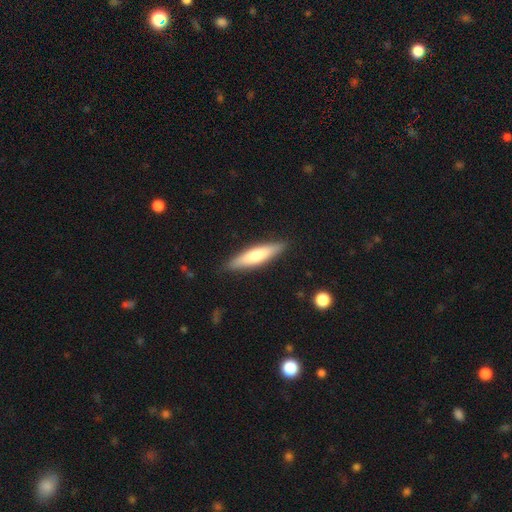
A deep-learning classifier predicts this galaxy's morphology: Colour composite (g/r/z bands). It shows a smooth galaxy with no disk features (63%) that is cigar-shaped (79%). Merging: none (88%).